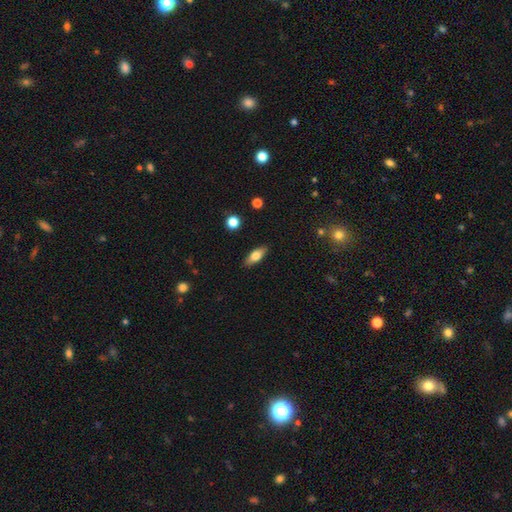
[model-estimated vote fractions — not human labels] The model was most divided on "smooth or featured": smooth: 66%, featured or disk: 27%, star or artifact: 7%. More confident: merging — none (88%); how rounded — in between (69%).